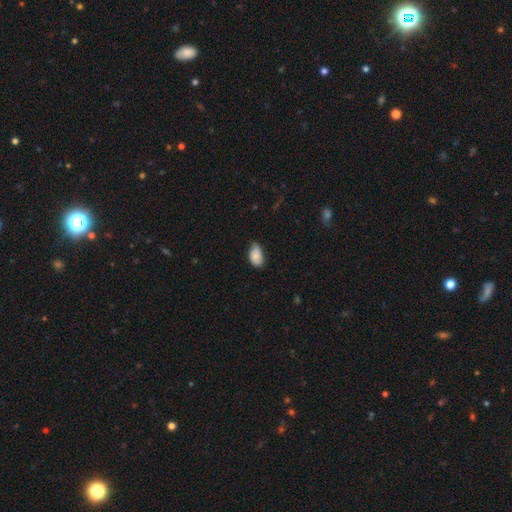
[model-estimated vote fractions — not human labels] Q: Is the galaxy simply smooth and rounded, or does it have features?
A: smooth — 84%.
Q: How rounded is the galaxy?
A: in between — 93%.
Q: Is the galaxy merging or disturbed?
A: none — 60%.